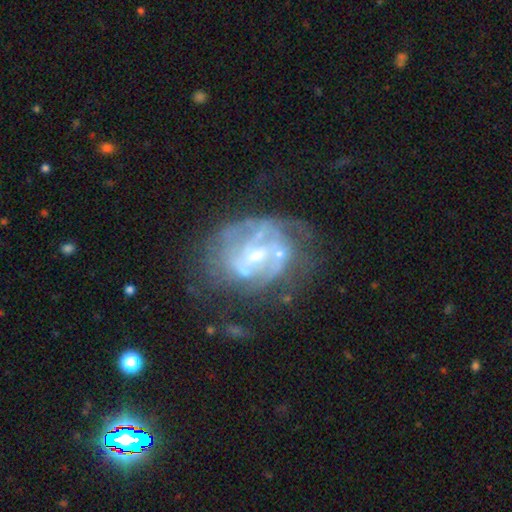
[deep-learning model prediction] Overall: featured or disk (79%). Edge-on disk: no (97%). Bar: weak (44%; no 41%). Spiral arms: yes (67%; no 33%). Spiral arm count: can't tell (45%; 2 30%). Spiral winding: tight (44%; medium 38%). Bulge size: small (51%; moderate 40%). Merging: none (46%; major disturbance 23%).